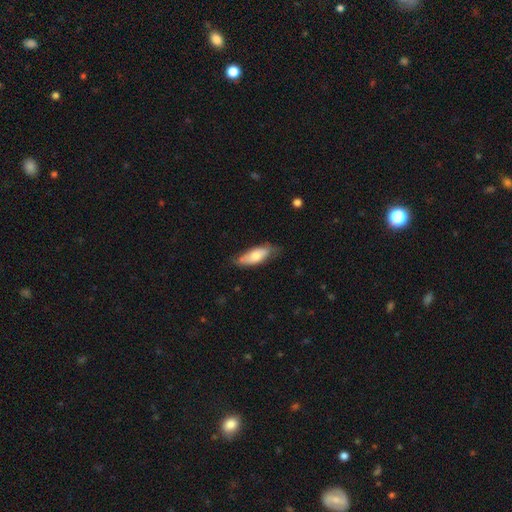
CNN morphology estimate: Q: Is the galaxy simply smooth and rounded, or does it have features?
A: smooth — 66%.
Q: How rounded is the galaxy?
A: in between — 72%.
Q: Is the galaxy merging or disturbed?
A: none — 63%.